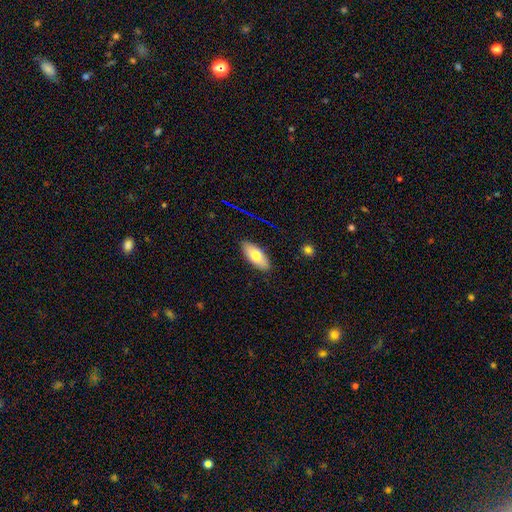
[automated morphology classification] Overall: smooth (74%). How rounded: in between (86%). Merging: none (87%).